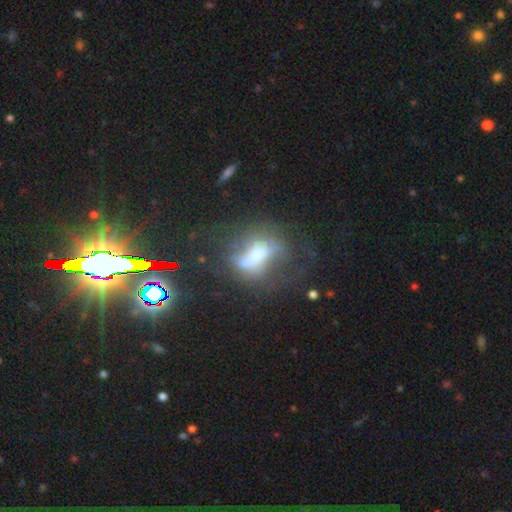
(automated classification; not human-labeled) This is possibly a featured or disk galaxy (58%). It is clearly not viewed edge-on (84%). Merging: marginally none (39%).